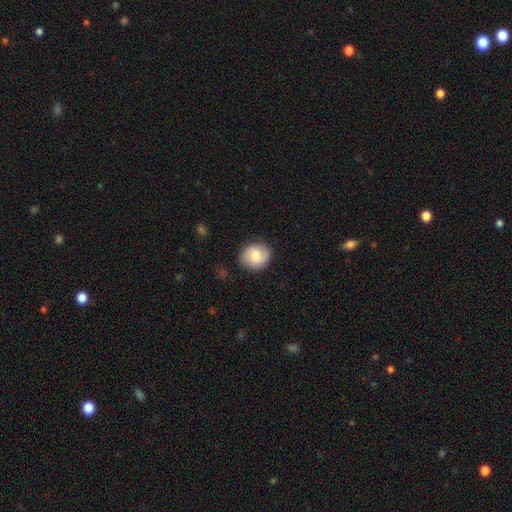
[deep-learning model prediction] Smooth or featured: smooth — 68% (featured or disk — 25%)
How rounded: round — 75% (in between — 24%)
Merging: none — 85% (minor disturbance — 11%)